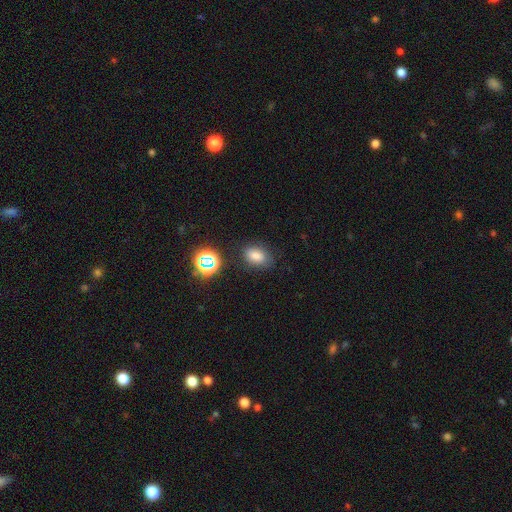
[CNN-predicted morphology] Smooth or featured?
  - smooth: 76% *
  - star or artifact: 16%
  - featured or disk: 8%
How rounded?
  - in between: 79% *
  - round: 19%
  - cigar-shaped: 2%
Merging?
  - none: 78% *
  - minor disturbance: 14%
  - major disturbance: 4%
  - merger: 3%